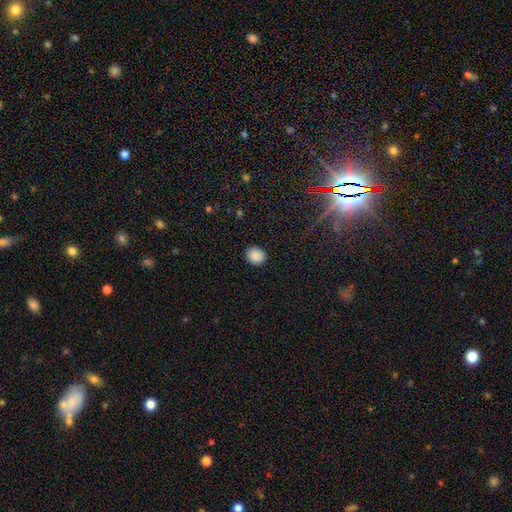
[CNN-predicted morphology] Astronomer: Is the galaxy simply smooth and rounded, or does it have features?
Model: smooth — 88%.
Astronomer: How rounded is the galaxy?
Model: round — 73%.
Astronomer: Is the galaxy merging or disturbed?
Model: none — 90%.